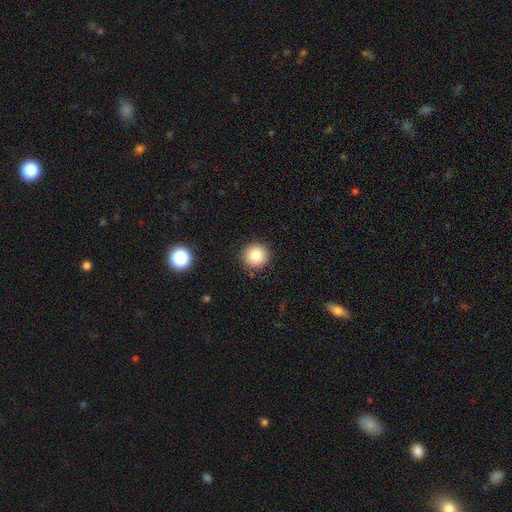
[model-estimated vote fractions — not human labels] The model was most divided on "smooth or featured": smooth: 81%, star or artifact: 11%, featured or disk: 8%. More confident: how rounded — round (96%); merging — none (91%).